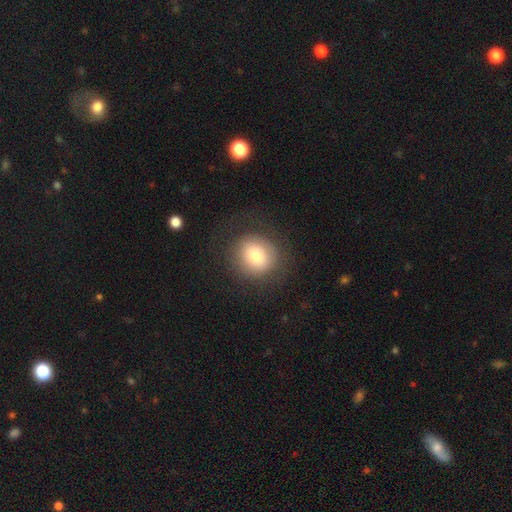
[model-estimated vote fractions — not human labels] This is likely a smooth galaxy (77%). How rounded: clearly round (81%). Merging: likely none (78%).